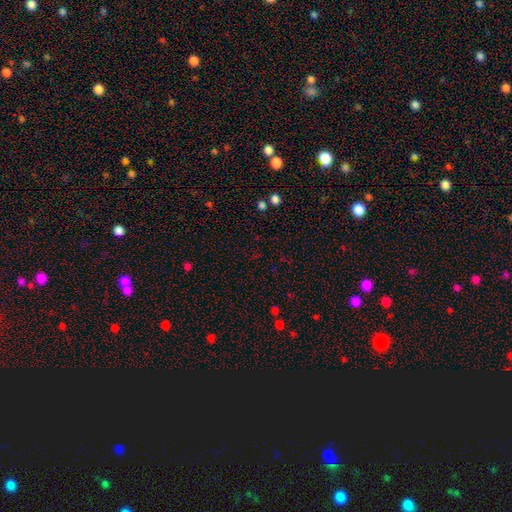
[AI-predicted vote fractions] A star or artifact, not a galaxy (56%).